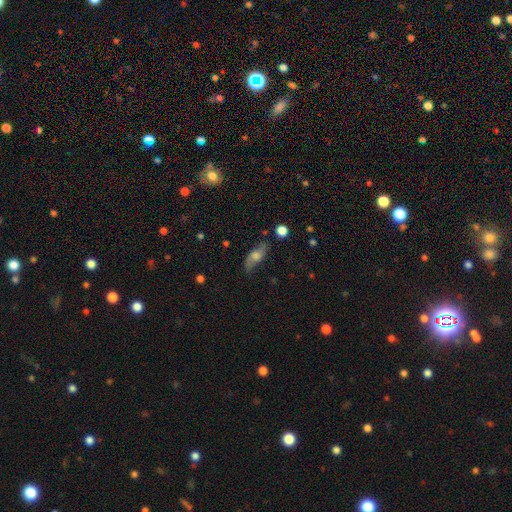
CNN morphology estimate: type=featured or disk (54%); edge-on=no (78%); merging=none (72%).